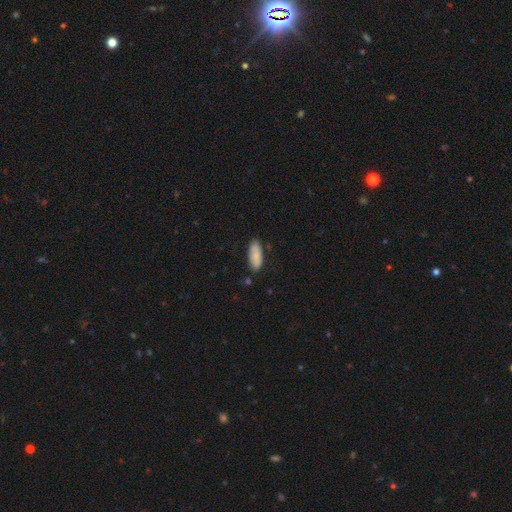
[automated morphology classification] This appears to be a smooth galaxy with no disk features (85%) that is in between round and cigar-shaped (79%). Merging: none (81%).